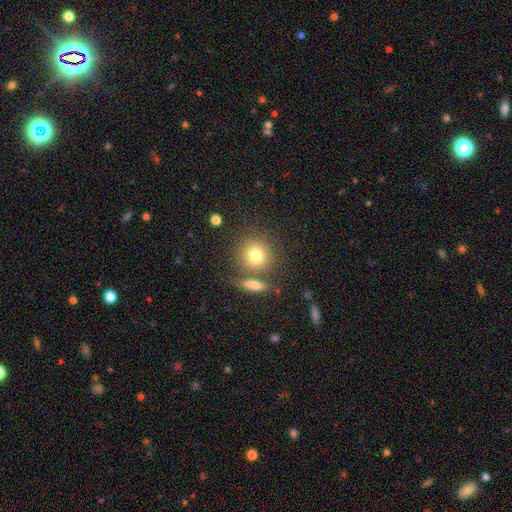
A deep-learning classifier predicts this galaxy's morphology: Overall: smooth (78%). How rounded: round (88%). Merging: none (67%).